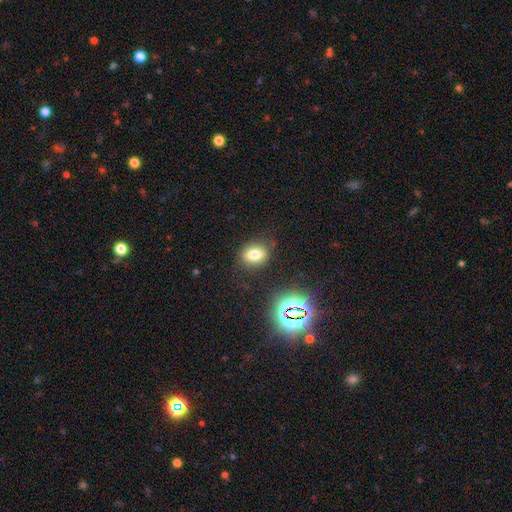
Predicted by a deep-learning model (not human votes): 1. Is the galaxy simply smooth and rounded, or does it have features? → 55% smooth, 36% star or artifact, 9% featured or disk.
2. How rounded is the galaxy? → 51% round, 47% in between, 2% cigar-shaped.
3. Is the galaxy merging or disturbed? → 86% none, 9% minor disturbance, 3% major disturbance, 2% merger.